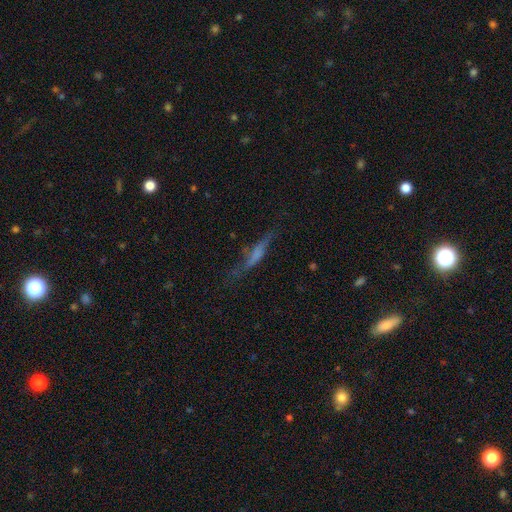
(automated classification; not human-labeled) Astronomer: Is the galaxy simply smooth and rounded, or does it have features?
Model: featured or disk — 49% (runner-up: smooth, 39%).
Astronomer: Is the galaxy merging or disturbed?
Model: none — 55%.